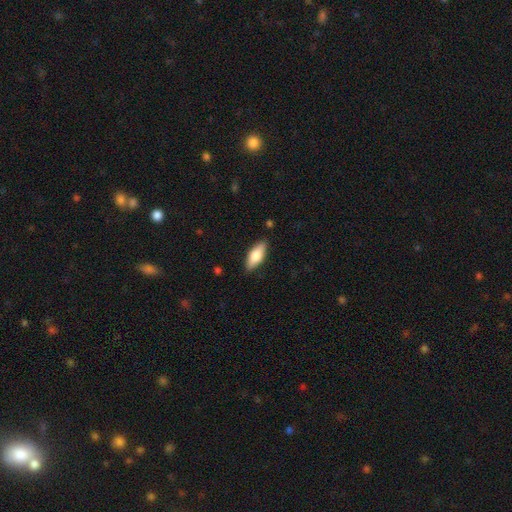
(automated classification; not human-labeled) smooth-or-featured: smooth: 73% | featured or disk: 21% | star or artifact: 6%
  how-rounded: in between: 77% | cigar-shaped: 21% | round: 2%
  merging: none: 86% | minor disturbance: 11% | major disturbance: 2% | merger: 1%